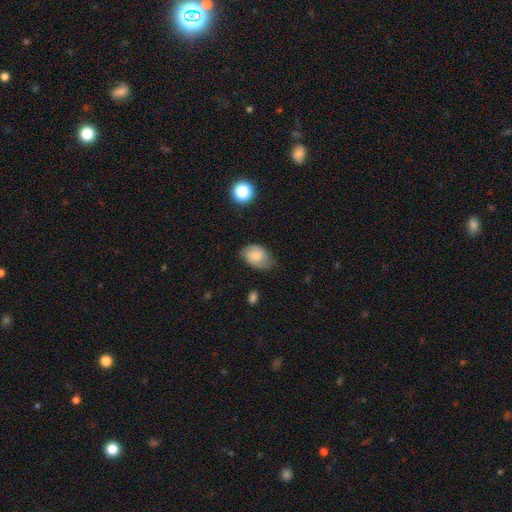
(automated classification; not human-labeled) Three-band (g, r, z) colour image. It shows a smooth galaxy with no disk features (62%) that is in between round and cigar-shaped (80%). Merging: none (65%).